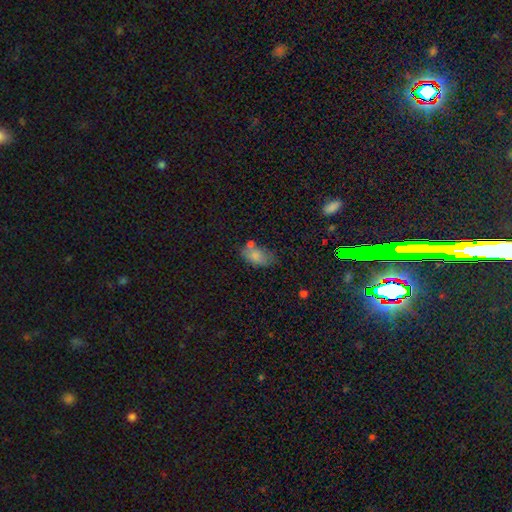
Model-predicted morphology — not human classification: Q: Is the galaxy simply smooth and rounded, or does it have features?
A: smooth — 77%.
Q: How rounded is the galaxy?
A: in between — 90%.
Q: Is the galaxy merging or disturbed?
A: none — 47%.